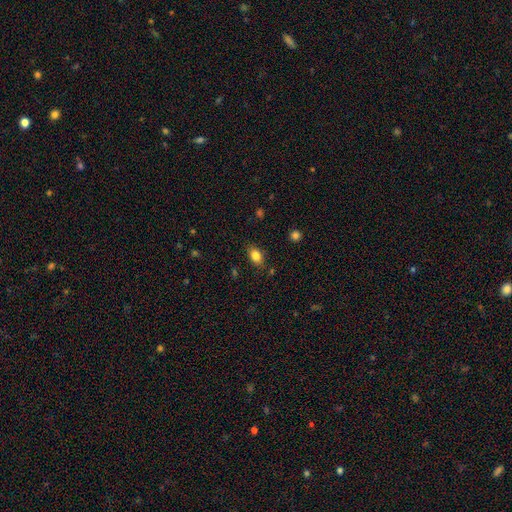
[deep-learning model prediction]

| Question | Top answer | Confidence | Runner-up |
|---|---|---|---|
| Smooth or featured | smooth | 83% | star or artifact (10%) |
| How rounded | in between | 81% | round (17%) |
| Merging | none | 83% | minor disturbance (12%) |